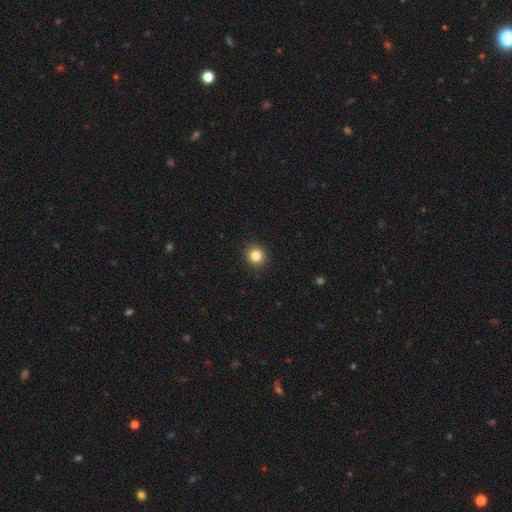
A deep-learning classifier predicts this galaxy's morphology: smooth 84%, star or artifact 11%, featured or disk 5%. Down the decision tree: how rounded — round (90%); merging — none (92%).